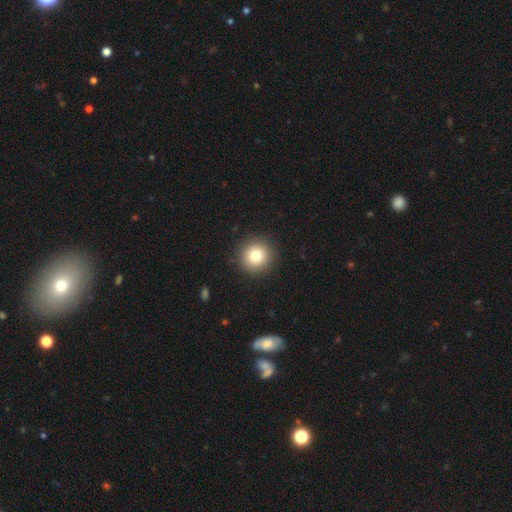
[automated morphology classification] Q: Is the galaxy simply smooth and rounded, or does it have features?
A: smooth — 79%.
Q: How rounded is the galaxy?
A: round — 95%.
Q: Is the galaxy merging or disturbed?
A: none — 92%.